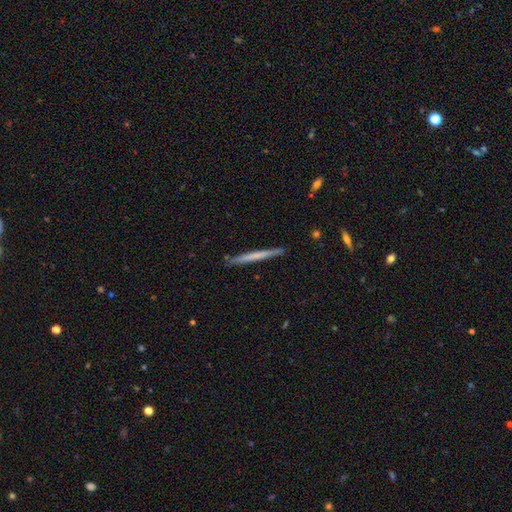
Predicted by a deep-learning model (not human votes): Smooth or featured?
  - smooth: 53% *
  - featured or disk: 42%
  - star or artifact: 5%
How rounded?
  - cigar-shaped: 97% *
  - in between: 2%
  - round: 1%
Merging?
  - none: 90% *
  - minor disturbance: 7%
  - major disturbance: 1%
  - merger: 1%